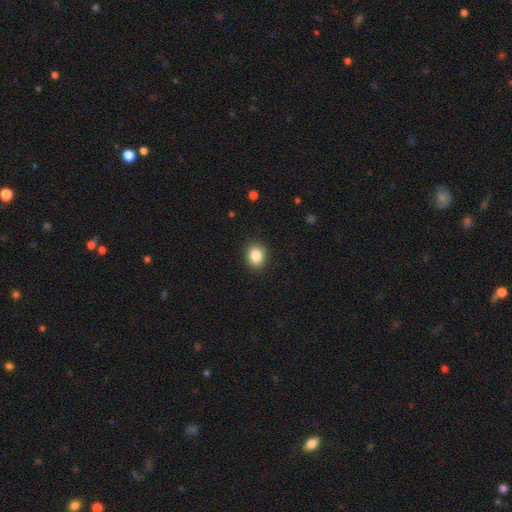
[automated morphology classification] Overall: smooth (85%). How rounded: round (53%; in between 46%). Merging: none (89%).